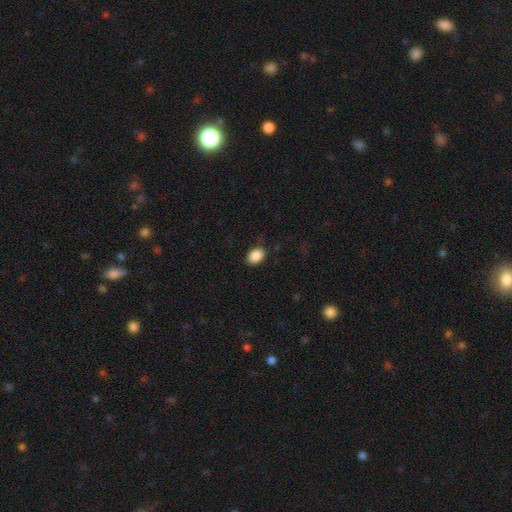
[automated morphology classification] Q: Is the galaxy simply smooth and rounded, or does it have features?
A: smooth — 89%.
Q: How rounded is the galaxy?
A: in between — 74%.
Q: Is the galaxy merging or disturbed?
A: none — 84%.